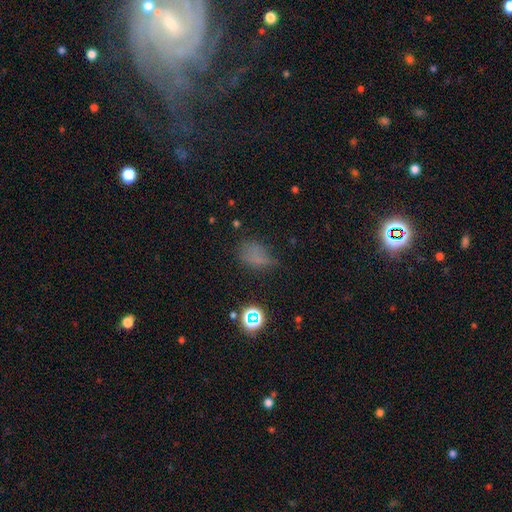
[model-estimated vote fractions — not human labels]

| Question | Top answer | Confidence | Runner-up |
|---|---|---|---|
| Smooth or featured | smooth | 60% | star or artifact (27%) |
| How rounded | in between | 74% | round (22%) |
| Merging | none | 48% | minor disturbance (30%) |